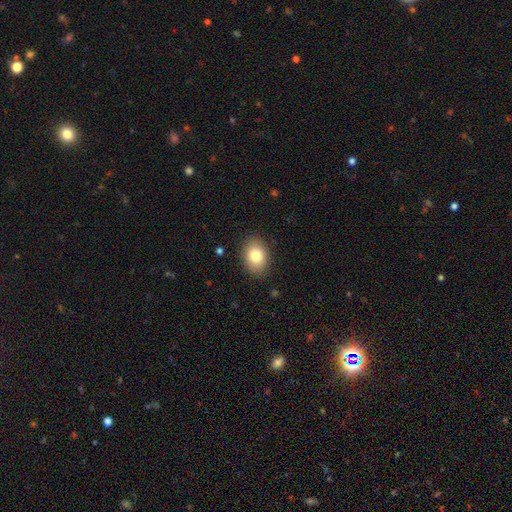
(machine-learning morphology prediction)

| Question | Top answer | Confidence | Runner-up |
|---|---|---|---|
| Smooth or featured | smooth | 82% | featured or disk (10%) |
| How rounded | in between | 71% | round (28%) |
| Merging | none | 87% | minor disturbance (9%) |